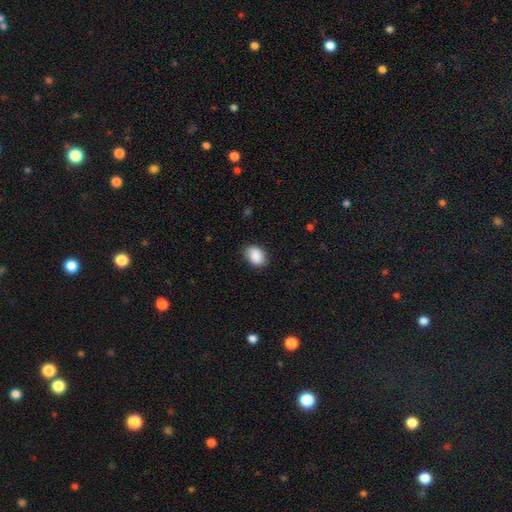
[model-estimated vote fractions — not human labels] Morphology: type=smooth (87%); roundness=in between (77%); merging=none (81%).